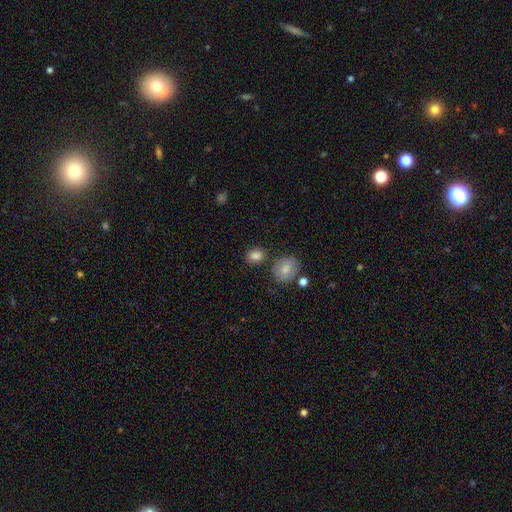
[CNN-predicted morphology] This is clearly a smooth galaxy (84%). How rounded: possibly in between (52%). Merging: likely none (76%).